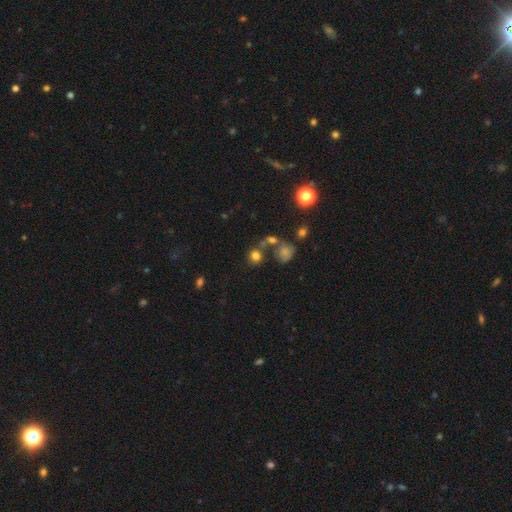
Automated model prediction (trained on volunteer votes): Smooth or featured: smooth — 74% (star or artifact — 17%)
How rounded: round — 86% (in between — 13%)
Merging: none — 58% (merger — 24%)